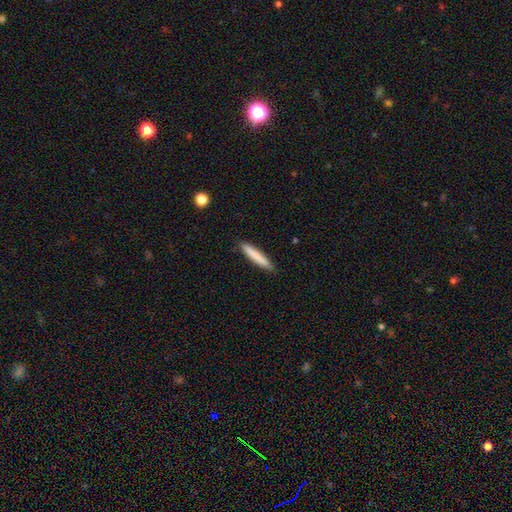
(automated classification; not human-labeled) Smooth or featured: smooth — 82% (featured or disk — 13%)
How rounded: cigar-shaped — 93% (in between — 6%)
Merging: none — 90% (minor disturbance — 8%)